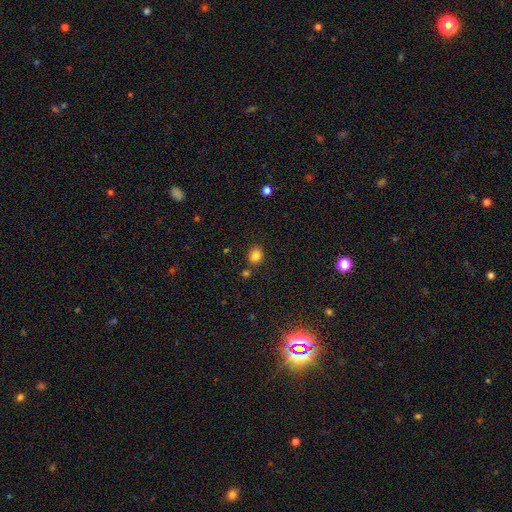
This appears to be a smooth galaxy with no disk features (90%) that is round (86%). Merging: none (74%).